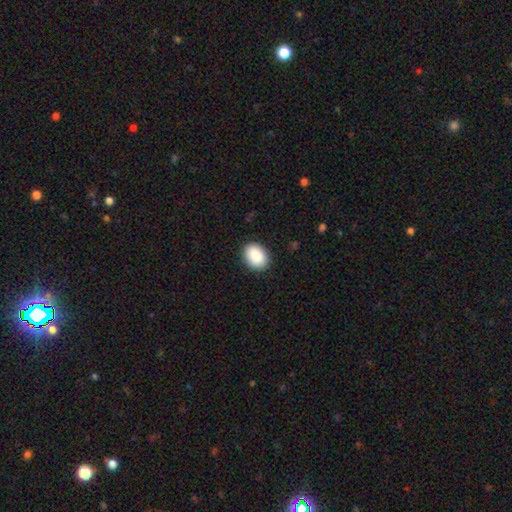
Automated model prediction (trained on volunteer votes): This is clearly a smooth galaxy (89%). How rounded: likely in between (72%). Merging: clearly none (88%).